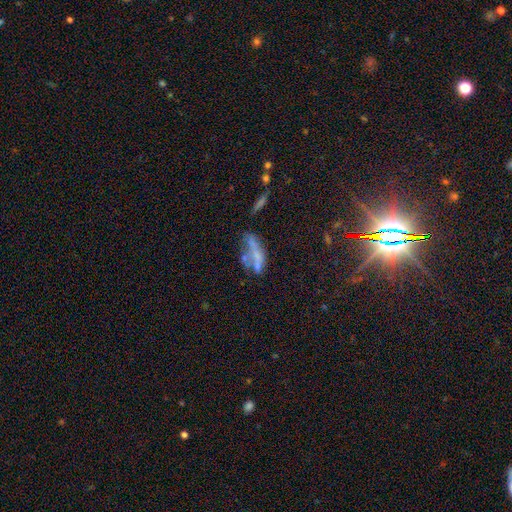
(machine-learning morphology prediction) A smooth galaxy with no disk features (42%). Merging: none (30%).